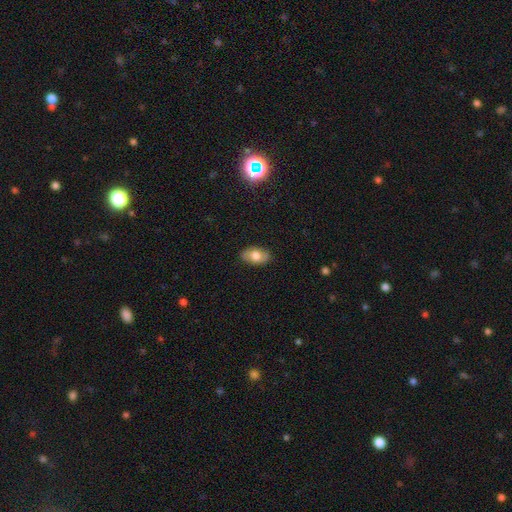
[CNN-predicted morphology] Smooth or featured: smooth — 75% (featured or disk — 17%)
How rounded: in between — 92% (round — 7%)
Merging: none — 86% (minor disturbance — 10%)